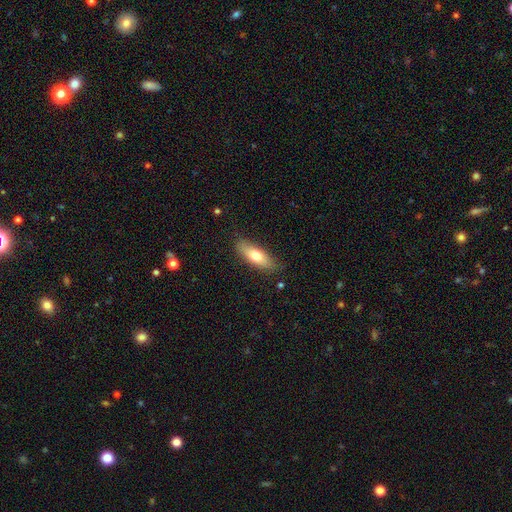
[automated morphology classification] Q: Smooth or featured?
A: smooth (68%); runner-up: featured or disk (26%)
Q: How rounded?
A: in between (57%); runner-up: cigar-shaped (41%)
Q: Merging?
A: none (83%); runner-up: minor disturbance (13%)